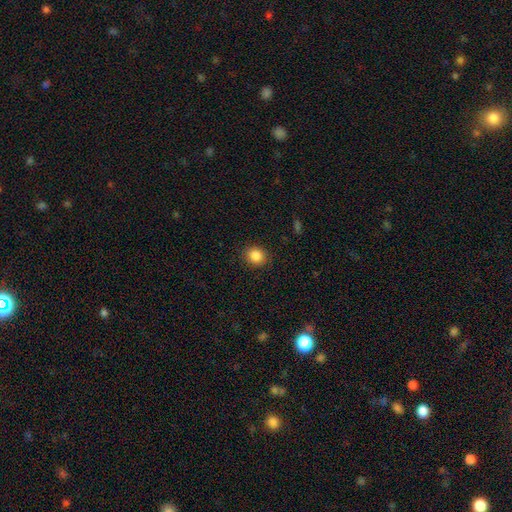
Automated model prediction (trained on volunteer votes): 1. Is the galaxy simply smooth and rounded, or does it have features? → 86% smooth, 10% star or artifact, 4% featured or disk.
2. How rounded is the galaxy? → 80% round, 20% in between, 1% cigar-shaped.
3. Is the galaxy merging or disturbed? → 88% none, 8% minor disturbance, 3% major disturbance, 1% merger.